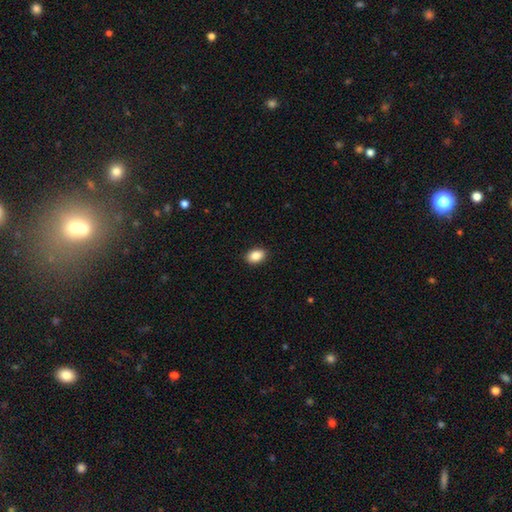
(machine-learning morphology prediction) type=smooth (88%); roundness=in between (82%); merging=none (90%).